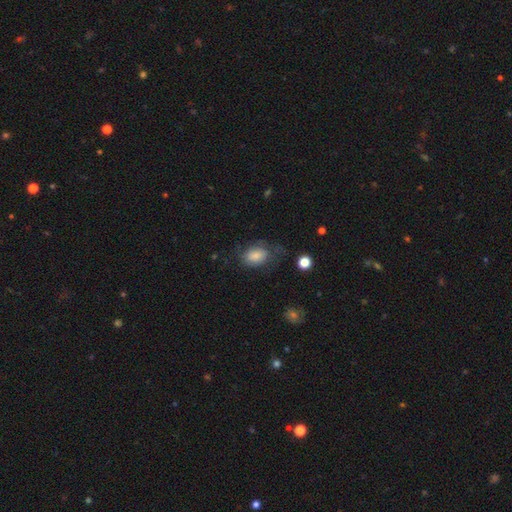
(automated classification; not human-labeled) Morphology: type=smooth (77%); roundness=in between (80%); merging=none (51%).